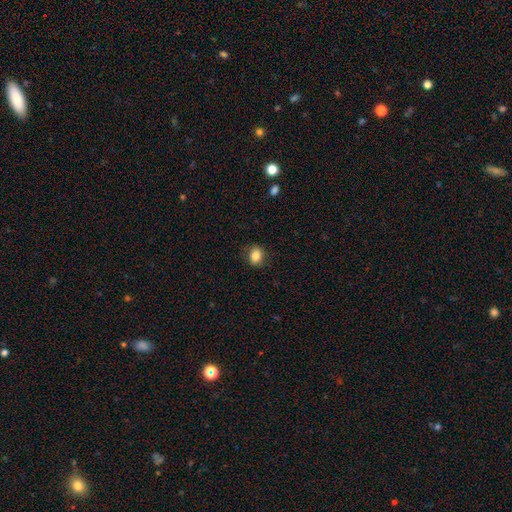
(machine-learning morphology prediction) Overall: smooth (85%). How rounded: in between (54%; round 45%). Merging: none (85%).